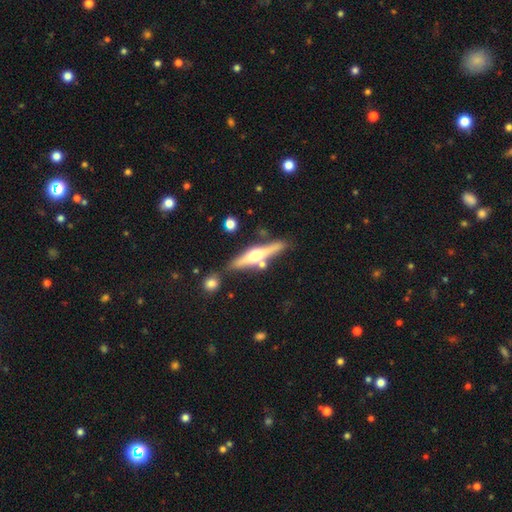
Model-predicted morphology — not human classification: smooth-or-featured: featured or disk: 67% | smooth: 27% | star or artifact: 6%
  disk-edge-on: yes: 95% | no: 5%
    edge-on-bulge: rounded: 94% | boxy: 3% | none: 3%
  merging: none: 75% | minor disturbance: 12% | merger: 10% | major disturbance: 3%